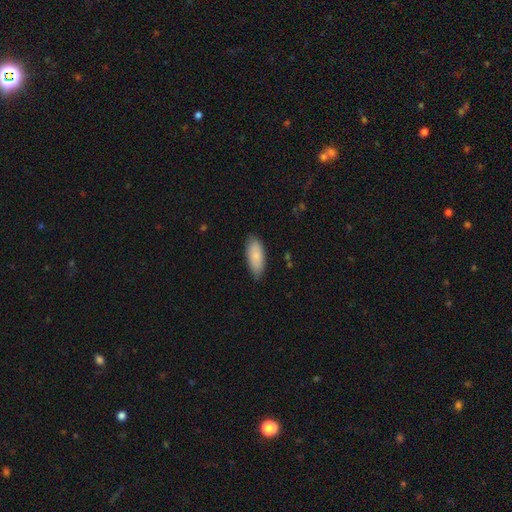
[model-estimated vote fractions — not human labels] Q: Smooth or featured?
A: smooth (82%); runner-up: featured or disk (12%)
Q: How rounded?
A: in between (85%); runner-up: cigar-shaped (14%)
Q: Merging?
A: none (80%); runner-up: minor disturbance (16%)